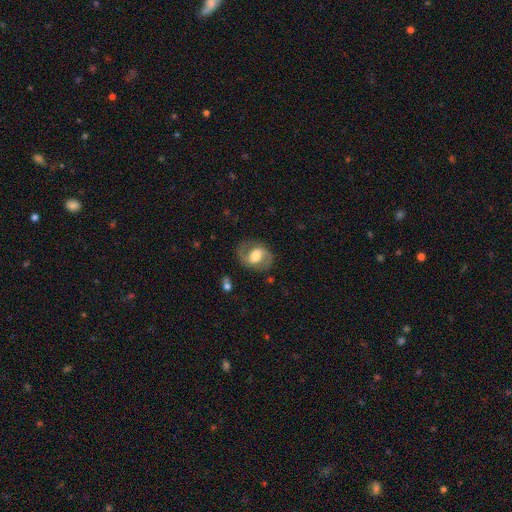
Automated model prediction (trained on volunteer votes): This appears to be a featured or disk galaxy (76%) with a weak bar (47%), 2 (90%) medium (54%) spiral arms (90%) and a moderate central bulge (56%). Merging: none (78%).